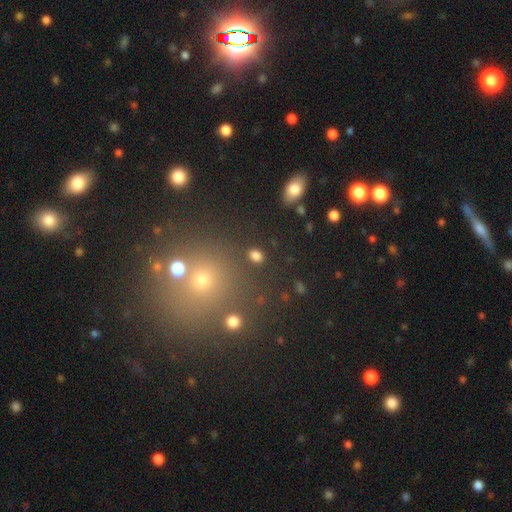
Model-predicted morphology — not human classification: Smooth or featured: smooth — 81% (star or artifact — 14%)
How rounded: in between — 67% (round — 31%)
Merging: none — 86% (minor disturbance — 8%)